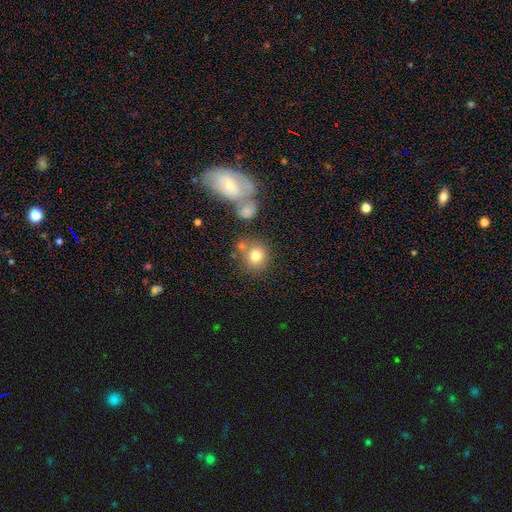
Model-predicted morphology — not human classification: This appears to be a smooth galaxy with no disk features (77%) that is round (83%). Merging: none (62%).